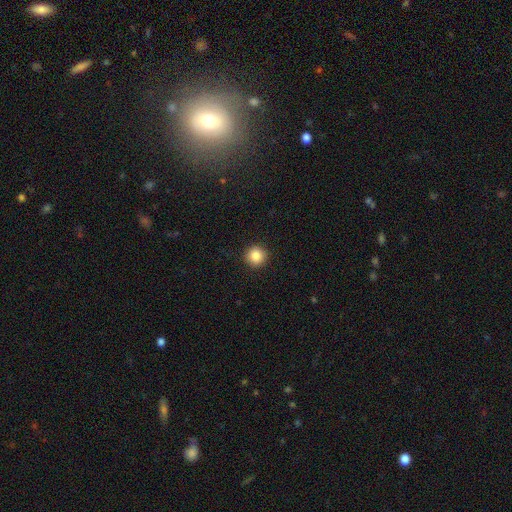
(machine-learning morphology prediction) type=smooth (86%); roundness=round (95%); merging=none (93%).